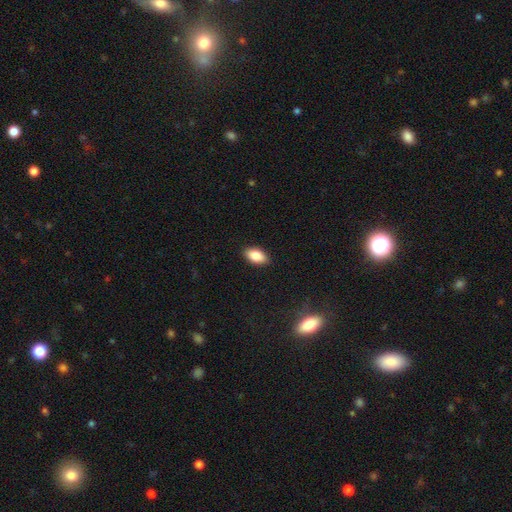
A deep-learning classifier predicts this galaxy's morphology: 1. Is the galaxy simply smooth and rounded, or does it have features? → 85% smooth, 8% featured or disk, 7% star or artifact.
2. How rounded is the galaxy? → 92% in between, 4% round, 4% cigar-shaped.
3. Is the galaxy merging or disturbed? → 89% none, 8% minor disturbance, 2% major disturbance, 1% merger.